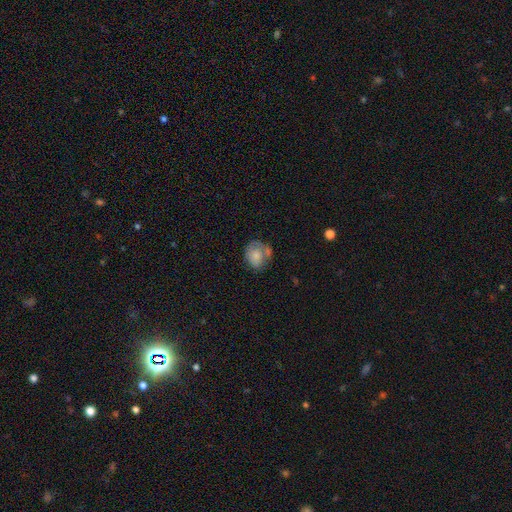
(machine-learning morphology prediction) A smooth galaxy with no disk features (70%) that is round (55%).

Vote fractions:
- Smooth or featured? smooth: 70% / featured or disk: 22% / star or artifact: 8%
- How rounded? round: 55% / in between: 44% / cigar-shaped: 1%
- Merging? none: 42% / minor disturbance: 25% / merger: 20% / major disturbance: 13%